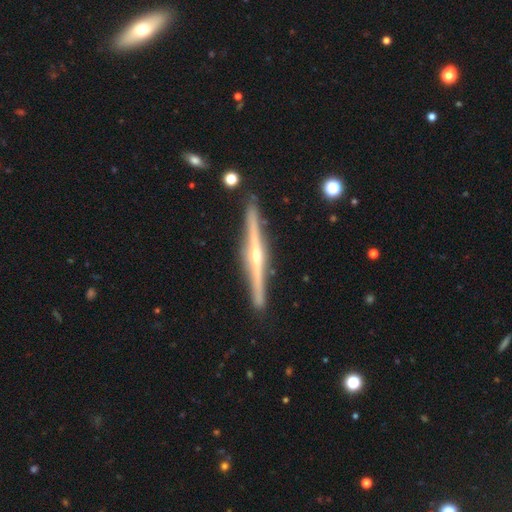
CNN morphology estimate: Smooth or featured? featured or disk (86%)
Edge-on disk? yes (98%)
Edge-on bulge? rounded (86%)
Merging? none (90%)